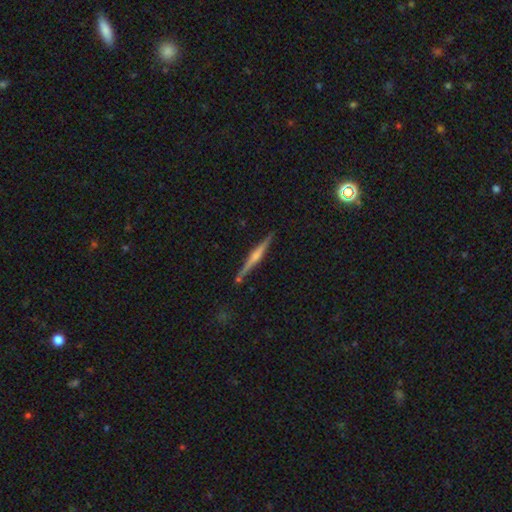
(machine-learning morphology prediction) A featured or disk galaxy (71%) viewed edge-on (98%) with a rounded central bulge (72%). Merging: none (87%).